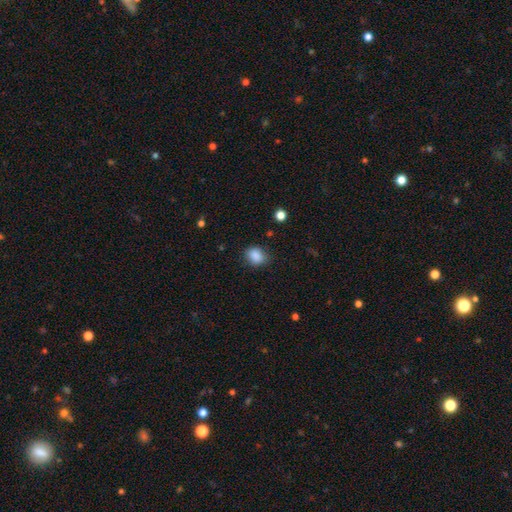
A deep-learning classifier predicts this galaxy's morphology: Smooth or featured? smooth (87%)
How rounded? in between (53%)
Merging? none (75%)